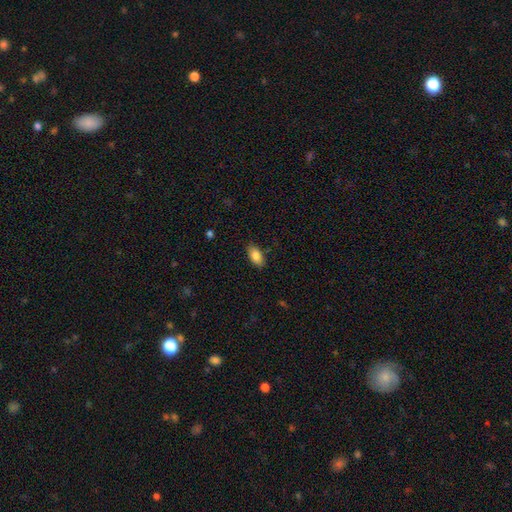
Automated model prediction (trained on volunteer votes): This appears to be a smooth galaxy with no disk features (85%) that is in between round and cigar-shaped (92%). Merging: none (85%).